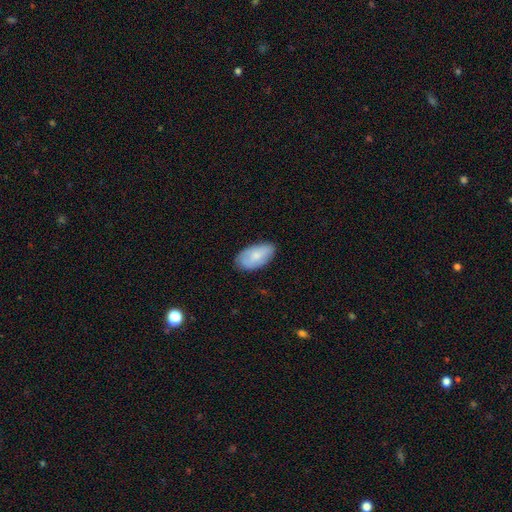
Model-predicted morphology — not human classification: The model was most divided on "smooth or featured": smooth: 76%, featured or disk: 18%, star or artifact: 6%. More confident: how rounded — in between (95%); merging — none (78%).